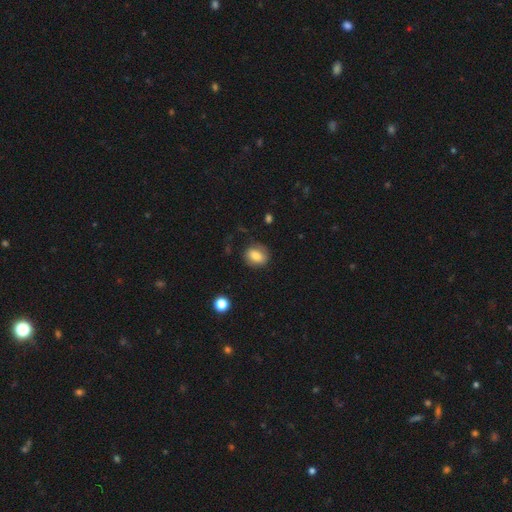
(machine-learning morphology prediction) A smooth galaxy with no disk features (75%) that is in between round and cigar-shaped (60%).

Vote fractions:
- Smooth or featured? smooth: 75% / featured or disk: 17% / star or artifact: 8%
- How rounded? in between: 60% / round: 39% / cigar-shaped: 1%
- Merging? none: 72% / minor disturbance: 19% / major disturbance: 8% / merger: 2%